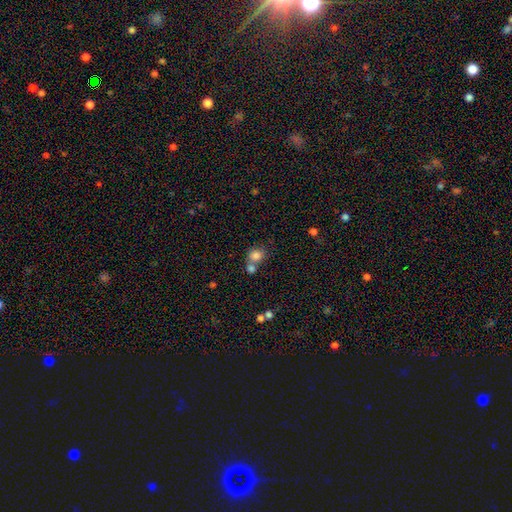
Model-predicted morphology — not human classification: smooth 81%, star or artifact 11%, featured or disk 8%. Down the decision tree: how rounded — round (72%); merging — merger (45%).